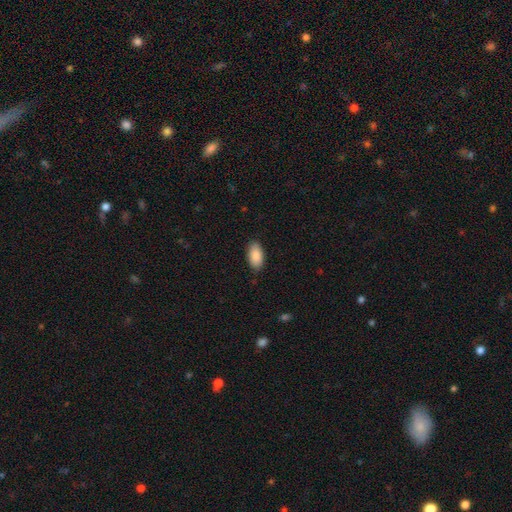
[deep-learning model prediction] Q: Smooth or featured?
A: smooth (90%); runner-up: star or artifact (6%)
Q: How rounded?
A: in between (94%); runner-up: cigar-shaped (4%)
Q: Merging?
A: none (87%); runner-up: minor disturbance (10%)